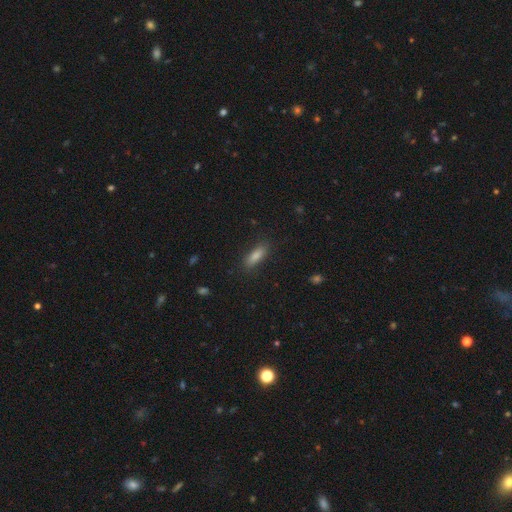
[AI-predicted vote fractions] A smooth galaxy with no disk features (78%) that is in between round and cigar-shaped (51%). Merging: none (86%).